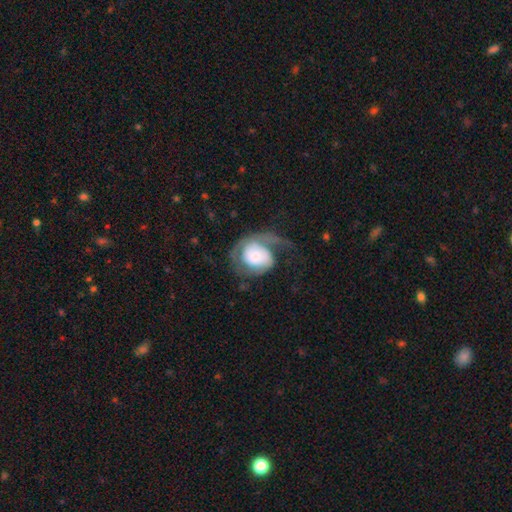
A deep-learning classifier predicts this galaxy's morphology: Smooth or featured? featured or disk (60%)
Edge-on disk? no (97%)
Bar? no (73%)
Spiral arms? yes (81%)
Bulge size? large (30%)
Merging? major disturbance (48%)